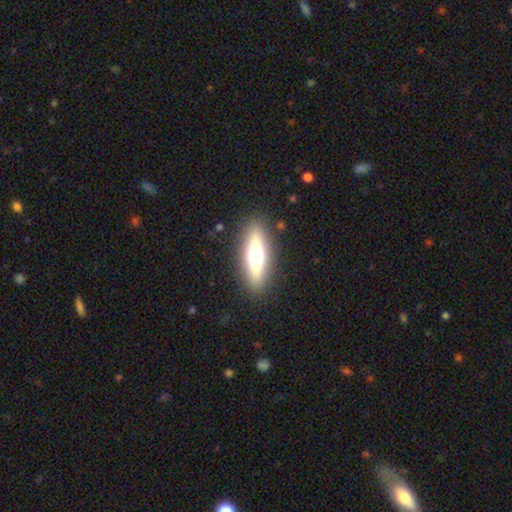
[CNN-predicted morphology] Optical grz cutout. It shows a featured or disk galaxy (50%) viewed edge-on (86%). Merging: none (87%).